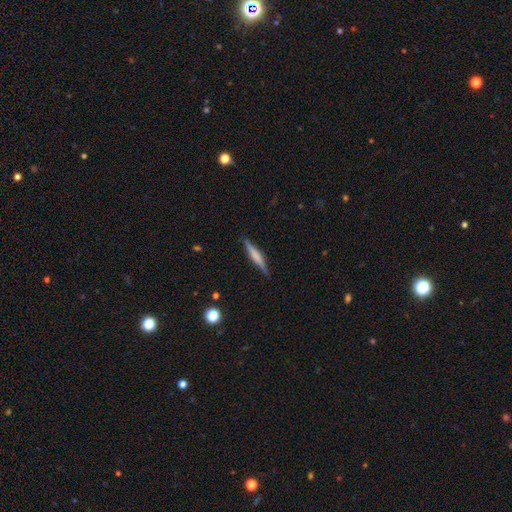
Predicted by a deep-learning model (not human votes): This appears to be a featured or disk galaxy (47%, tied with smooth). Merging: none (87%).